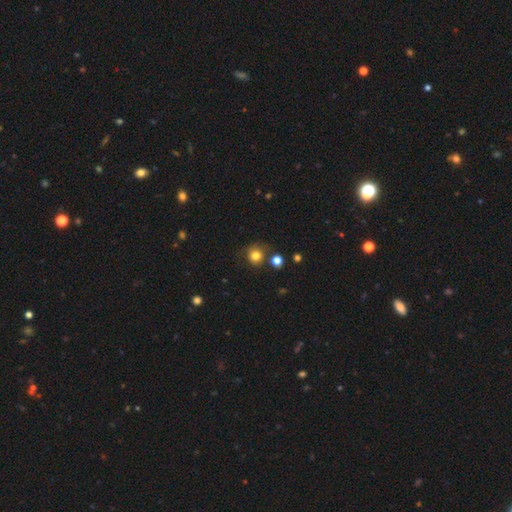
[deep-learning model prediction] Smooth or featured?
  - smooth: 79% *
  - star or artifact: 13%
  - featured or disk: 8%
How rounded?
  - round: 89% *
  - in between: 10%
  - cigar-shaped: 1%
Merging?
  - none: 71% *
  - minor disturbance: 15%
  - merger: 8%
  - major disturbance: 6%